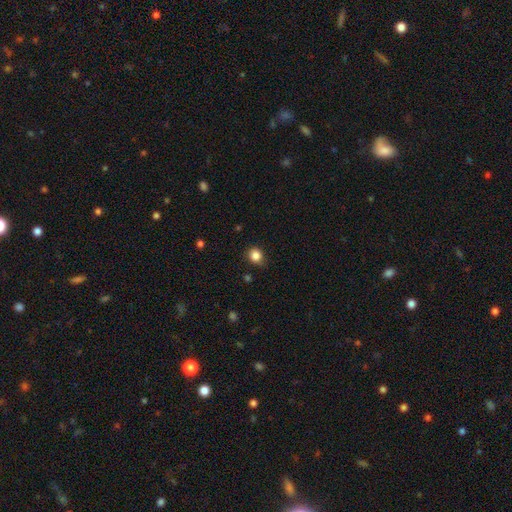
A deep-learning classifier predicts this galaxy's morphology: Overall: smooth (84%). How rounded: round (79%). Merging: none (80%).